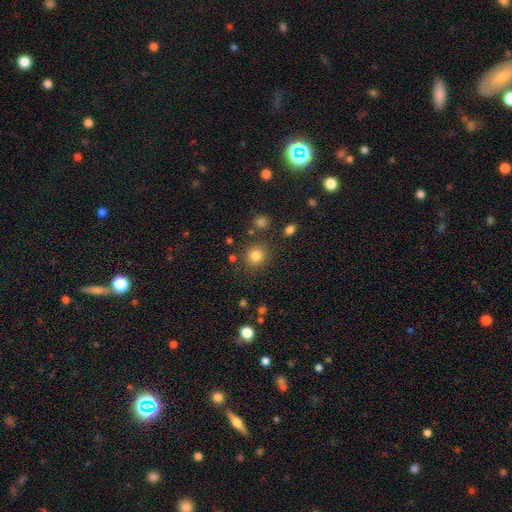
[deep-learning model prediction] Q: Smooth or featured?
A: smooth (82%); runner-up: star or artifact (13%)
Q: How rounded?
A: round (87%); runner-up: in between (12%)
Q: Merging?
A: none (82%); runner-up: minor disturbance (9%)